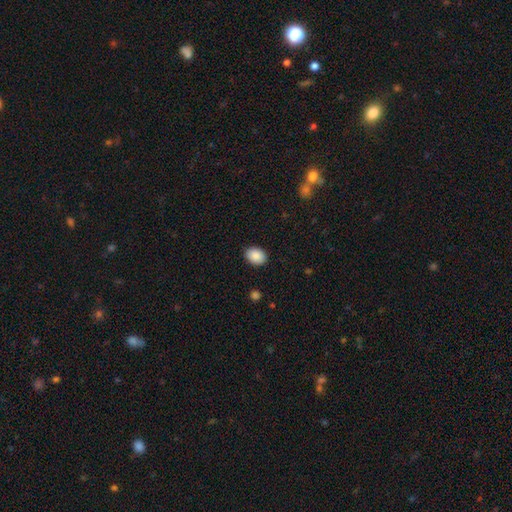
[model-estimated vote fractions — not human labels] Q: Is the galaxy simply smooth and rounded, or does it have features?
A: smooth — 89%.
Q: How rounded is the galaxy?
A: in between — 75%.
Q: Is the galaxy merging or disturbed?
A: none — 88%.